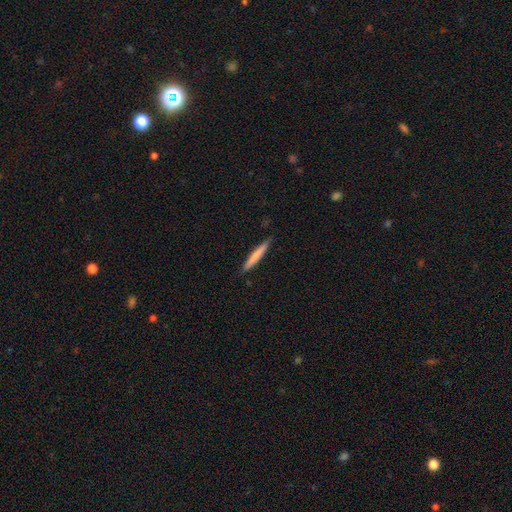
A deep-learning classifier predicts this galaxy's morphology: This appears to be a smooth galaxy with no disk features (72%) that is cigar-shaped (95%). Merging: none (88%).